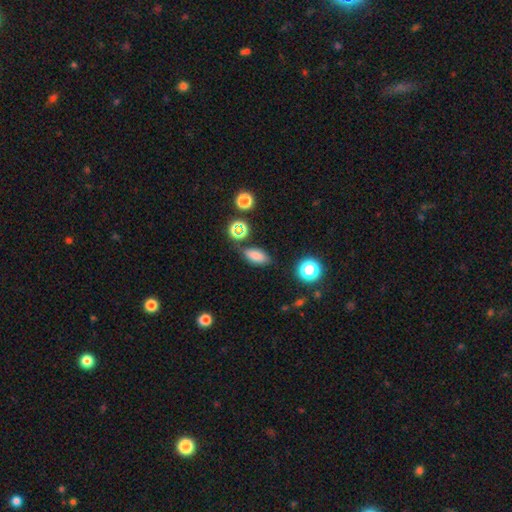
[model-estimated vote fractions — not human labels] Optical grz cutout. It shows a smooth galaxy with no disk features (79%) that is in between round and cigar-shaped (85%). Merging: none (78%).